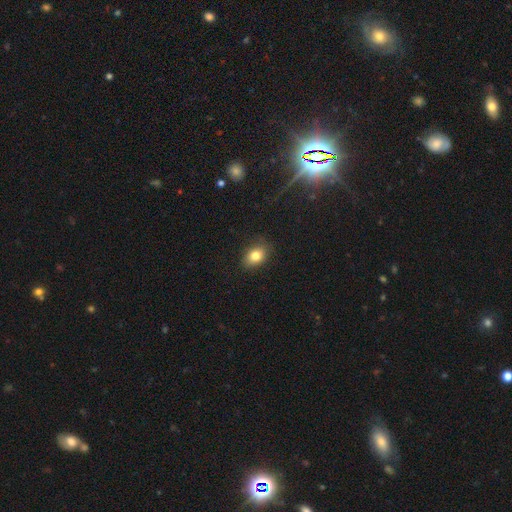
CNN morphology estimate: Overall: smooth (81%). How rounded: in between (73%). Merging: none (85%).